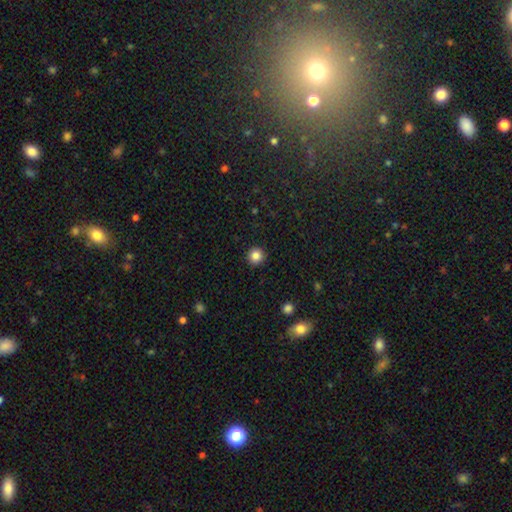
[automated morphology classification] Smooth or featured: smooth — 85% (star or artifact — 10%)
How rounded: round — 94% (in between — 5%)
Merging: none — 92% (minor disturbance — 5%)